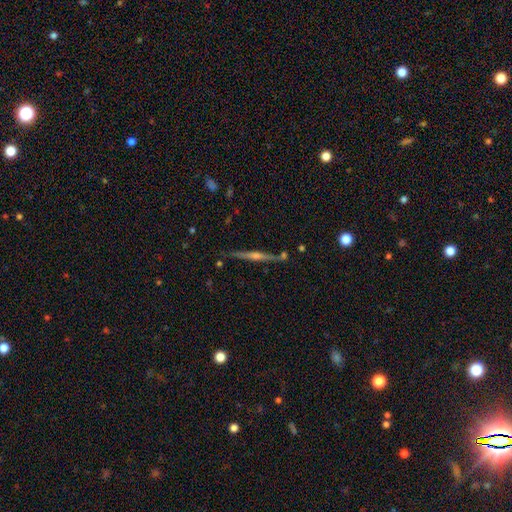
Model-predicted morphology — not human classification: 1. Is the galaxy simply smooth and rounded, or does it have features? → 77% featured or disk, 16% smooth, 7% star or artifact.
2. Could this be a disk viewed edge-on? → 98% yes, 2% no.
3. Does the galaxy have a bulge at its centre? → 76% rounded, 14% none, 10% boxy.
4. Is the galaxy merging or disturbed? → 83% none, 10% minor disturbance, 4% merger, 2% major disturbance.